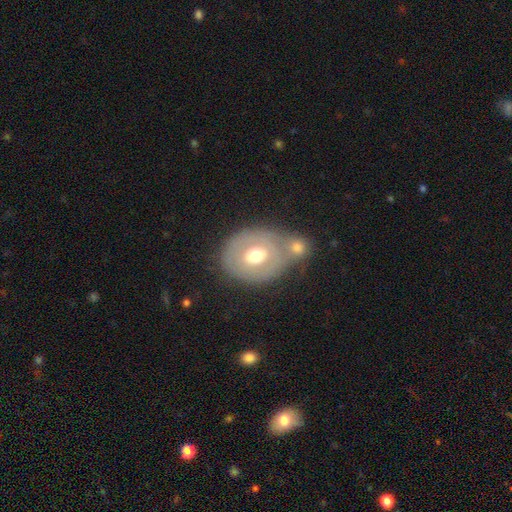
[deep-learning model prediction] Smooth or featured? smooth (48%)
Merging? none (40%)